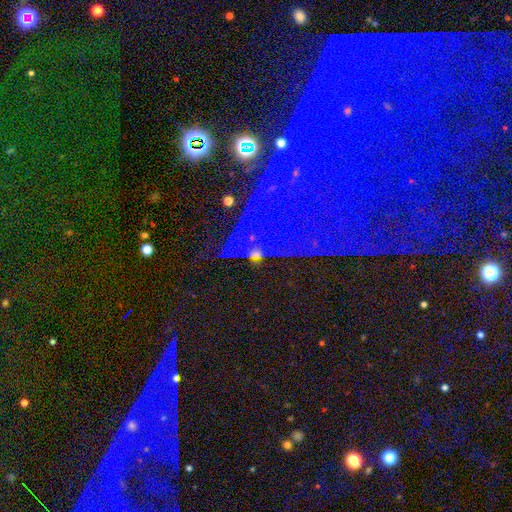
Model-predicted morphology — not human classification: The model was most divided on "smooth or featured": star or artifact: 55%, smooth: 22%, featured or disk: 22%.